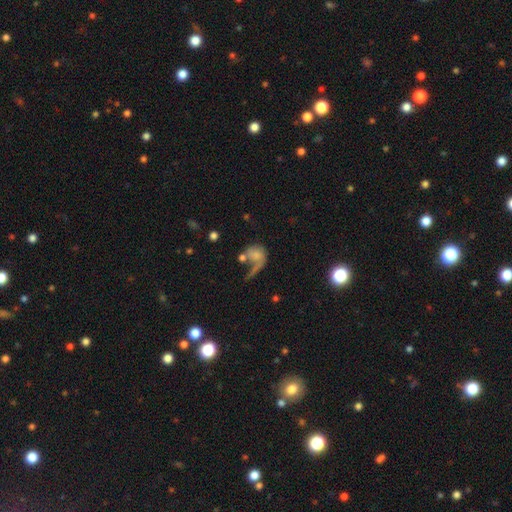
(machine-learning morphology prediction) type=smooth (53%); roundness=round (61%); merging=major disturbance (39%).